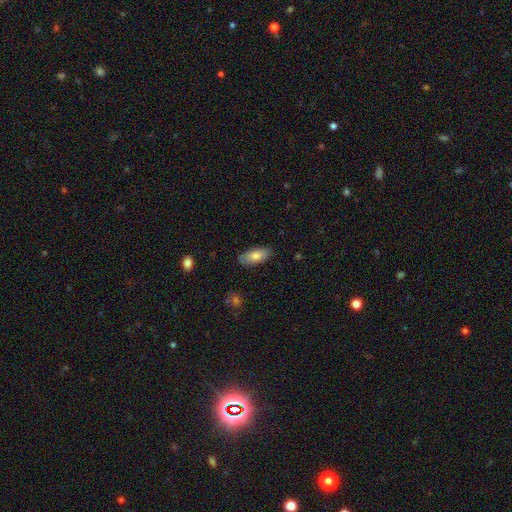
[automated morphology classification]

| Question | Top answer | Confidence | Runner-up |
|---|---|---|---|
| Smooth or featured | smooth | 77% | featured or disk (17%) |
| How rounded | in between | 89% | cigar-shaped (9%) |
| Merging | none | 83% | minor disturbance (13%) |